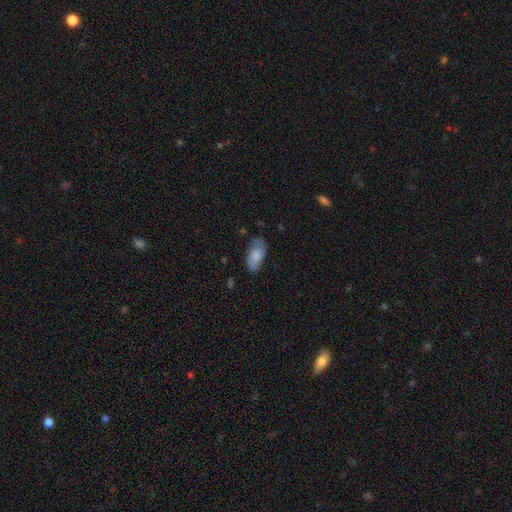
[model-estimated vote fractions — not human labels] Morphology: type=smooth (73%); roundness=in between (93%); merging=none (67%).